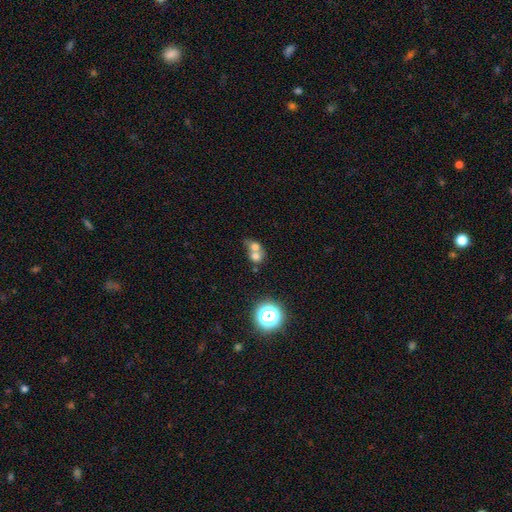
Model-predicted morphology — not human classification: A smooth galaxy with no disk features (66%) that is round (70%).

Vote fractions:
- Smooth or featured? smooth: 66% / featured or disk: 19% / star or artifact: 15%
- How rounded? round: 70% / in between: 29% / cigar-shaped: 1%
- Merging? merger: 66% / none: 24% / minor disturbance: 6% / major disturbance: 4%